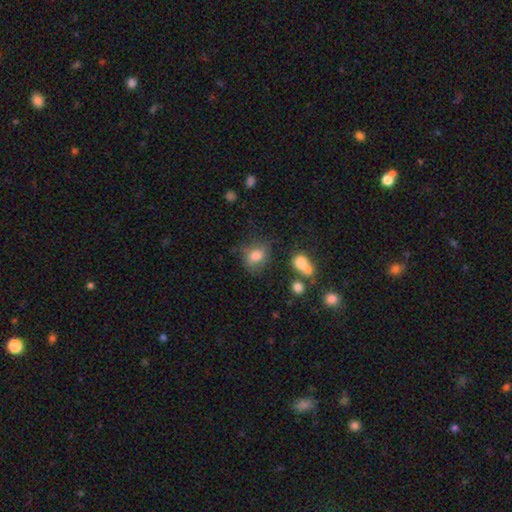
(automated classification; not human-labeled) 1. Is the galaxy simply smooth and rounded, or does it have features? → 77% smooth, 13% featured or disk, 10% star or artifact.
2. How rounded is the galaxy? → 57% in between, 42% round, 1% cigar-shaped.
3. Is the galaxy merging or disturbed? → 56% none, 24% minor disturbance, 12% major disturbance, 7% merger.